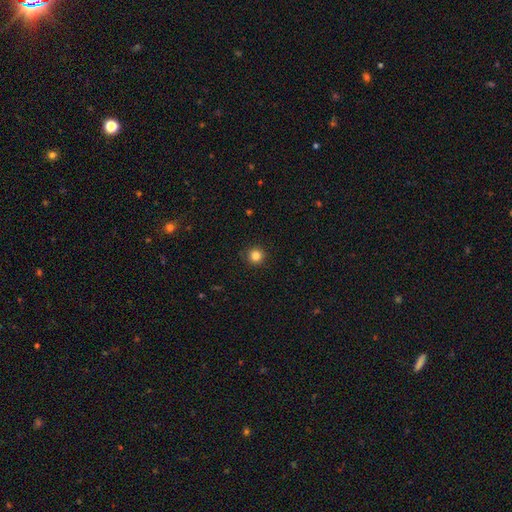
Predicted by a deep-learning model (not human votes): Smooth or featured?
  - smooth: 83% *
  - star or artifact: 12%
  - featured or disk: 5%
How rounded?
  - round: 95% *
  - in between: 4%
  - cigar-shaped: 1%
Merging?
  - none: 92% *
  - minor disturbance: 6%
  - major disturbance: 2%
  - merger: 1%